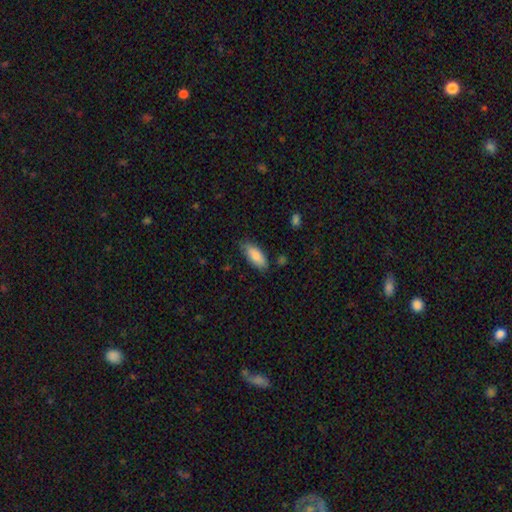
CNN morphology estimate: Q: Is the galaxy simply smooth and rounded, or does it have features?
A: smooth — 85%.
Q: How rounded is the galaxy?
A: in between — 83%.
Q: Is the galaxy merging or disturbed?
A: none — 75%.